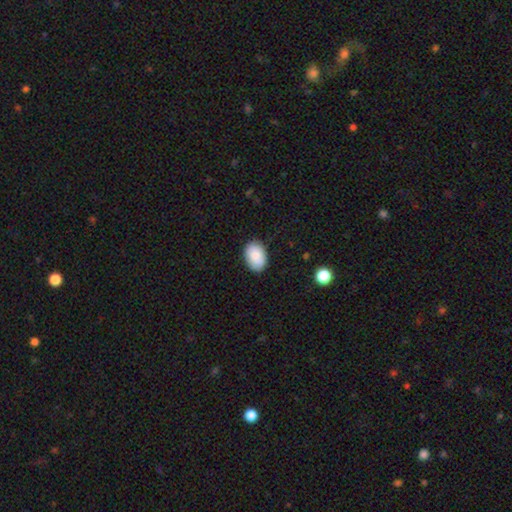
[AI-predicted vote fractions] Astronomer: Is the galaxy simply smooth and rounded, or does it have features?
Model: smooth — 84%.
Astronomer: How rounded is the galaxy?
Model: in between — 86%.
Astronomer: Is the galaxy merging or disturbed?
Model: none — 85%.